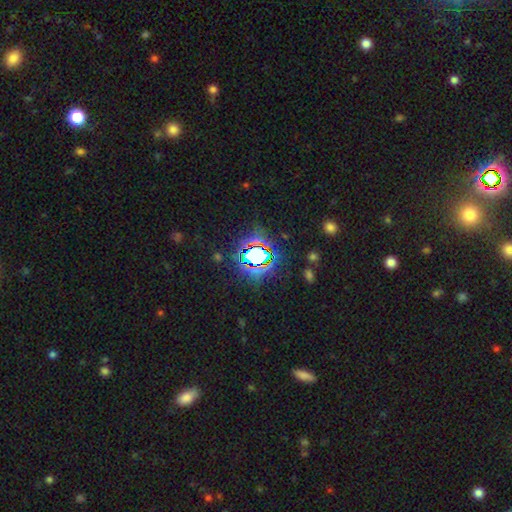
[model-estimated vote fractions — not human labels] Smooth or featured?
  - star or artifact: 73% *
  - smooth: 16%
  - featured or disk: 11%